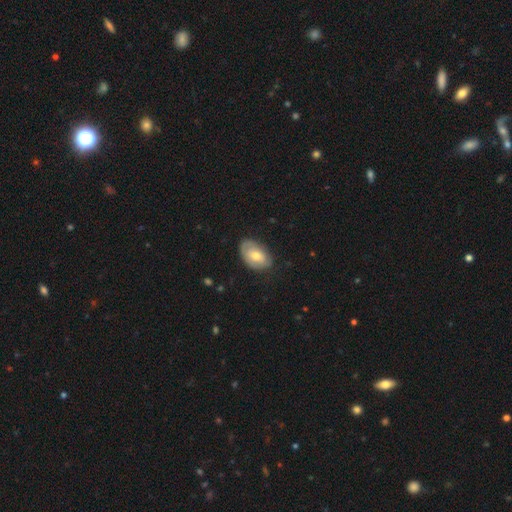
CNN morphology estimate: This is likely a smooth galaxy (62%). How rounded: clearly in between (90%). Merging: likely none (69%).